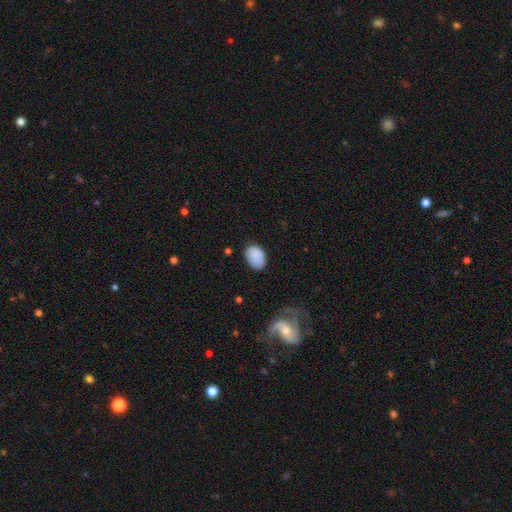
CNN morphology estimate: Q: Smooth or featured?
A: smooth (85%); runner-up: featured or disk (8%)
Q: How rounded?
A: in between (84%); runner-up: round (15%)
Q: Merging?
A: none (71%); runner-up: minor disturbance (22%)